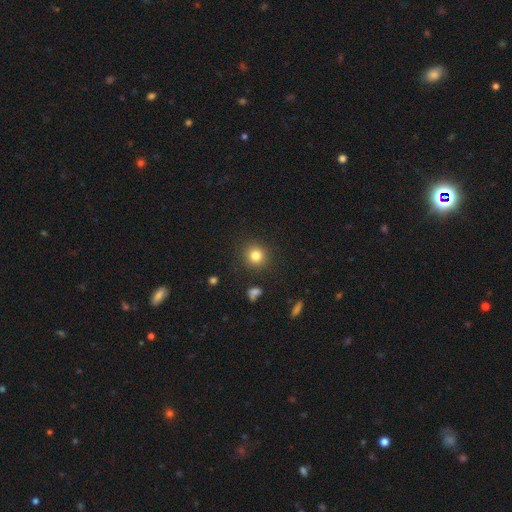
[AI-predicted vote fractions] Overall: smooth (81%). How rounded: round (91%). Merging: none (89%).